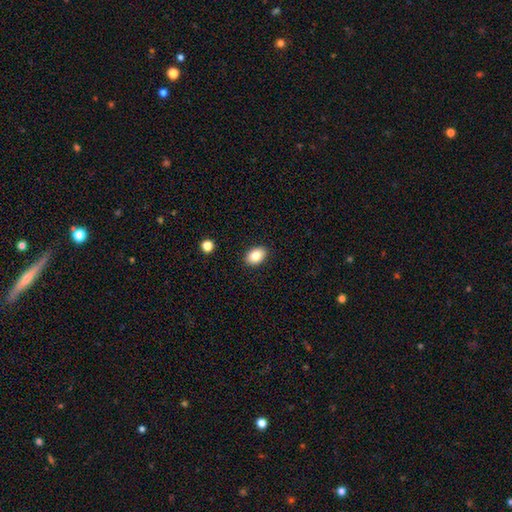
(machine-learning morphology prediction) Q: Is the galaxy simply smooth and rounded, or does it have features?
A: smooth — 84%.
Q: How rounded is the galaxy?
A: in between — 83%.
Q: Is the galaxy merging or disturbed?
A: none — 89%.